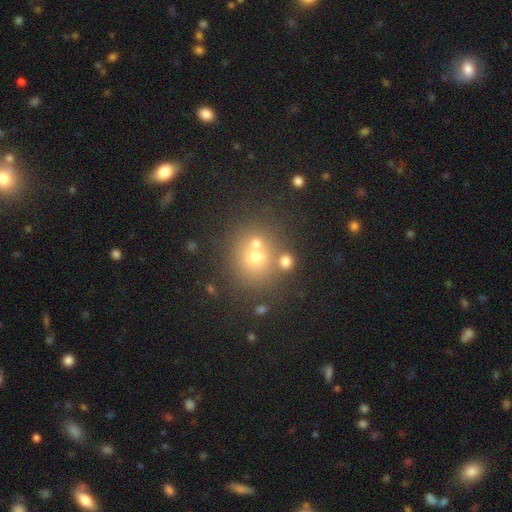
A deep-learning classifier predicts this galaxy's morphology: The model was most divided on "merging": none: 55%, merger: 33%, minor disturbance: 8%, major disturbance: 4%. More confident: how rounded — round (80%); smooth or featured — smooth (57%).